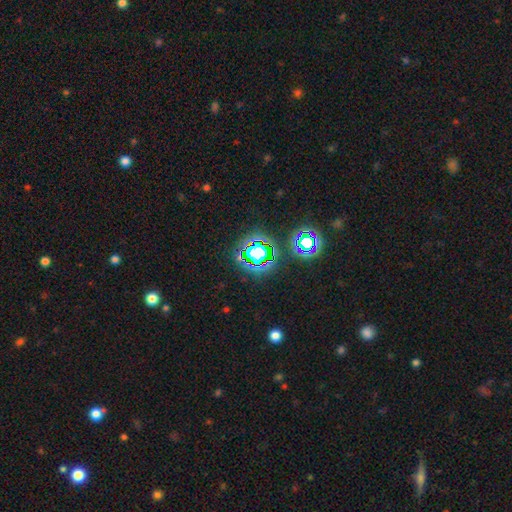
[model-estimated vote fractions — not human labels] A star or artifact, not a galaxy (78%).

Vote fractions:
- Smooth or featured? star or artifact: 78% / smooth: 14% / featured or disk: 8%